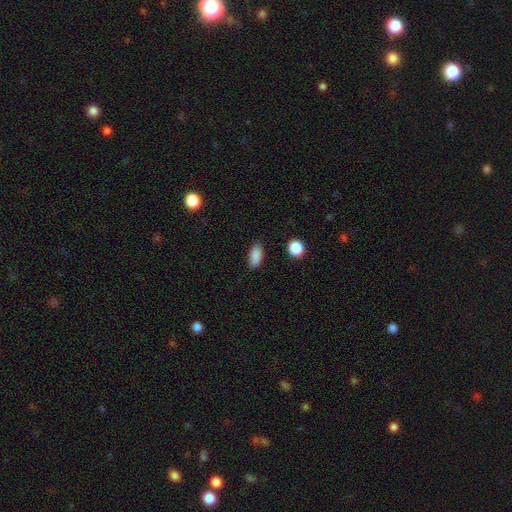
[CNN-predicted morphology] smooth_or_featured: smooth (p=0.88) [alt: star or artifact p=0.08]
how_rounded: in between (p=0.90) [alt: cigar-shaped p=0.06]
merging: none (p=0.84) [alt: minor disturbance p=0.12]